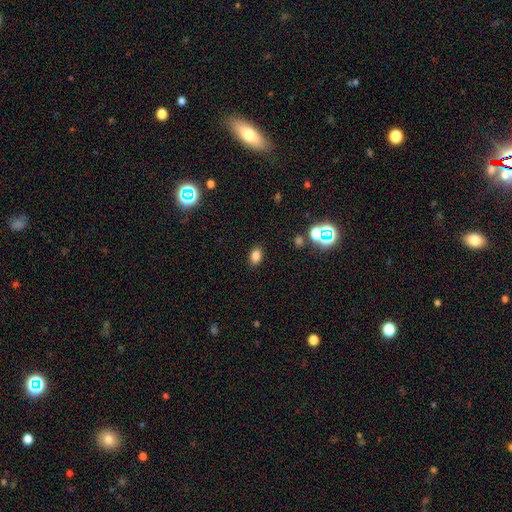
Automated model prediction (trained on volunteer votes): Smooth or featured? smooth (80%)
How rounded? in between (82%)
Merging? none (87%)